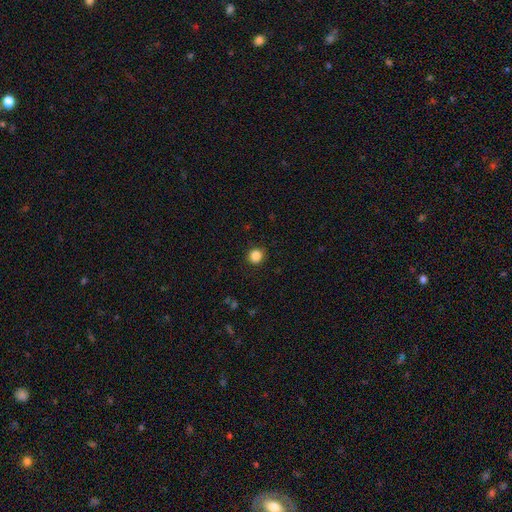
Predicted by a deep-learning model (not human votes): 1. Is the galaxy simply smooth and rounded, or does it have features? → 86% smooth, 10% star or artifact, 3% featured or disk.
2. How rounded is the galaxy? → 87% round, 12% in between, 1% cigar-shaped.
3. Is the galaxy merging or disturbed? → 90% none, 7% minor disturbance, 2% major disturbance, 1% merger.